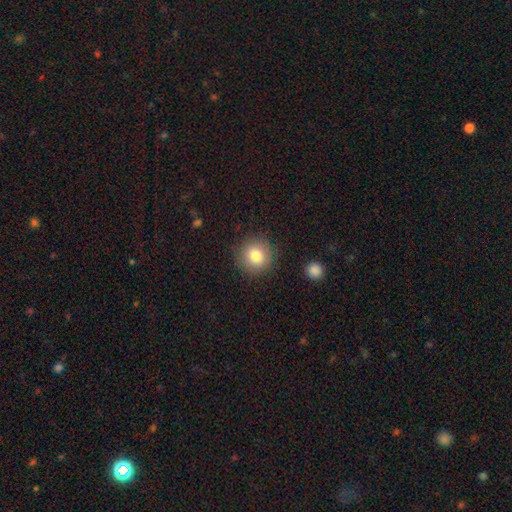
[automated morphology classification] A smooth galaxy with no disk features (81%) that is round (92%).

Vote fractions:
- Smooth or featured? smooth: 81% / star or artifact: 10% / featured or disk: 9%
- How rounded? round: 92% / in between: 7% / cigar-shaped: 1%
- Merging? none: 88% / minor disturbance: 8% / major disturbance: 3% / merger: 2%